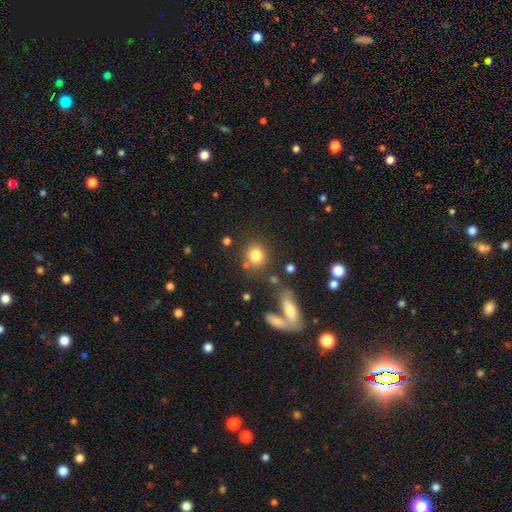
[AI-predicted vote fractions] smooth_or_featured: smooth (p=0.81) [alt: star or artifact p=0.11]
how_rounded: round (p=0.82) [alt: in between p=0.16]
merging: none (p=0.72) [alt: merger p=0.12]